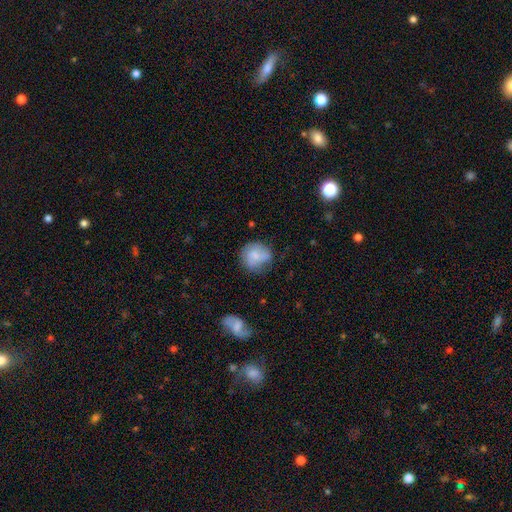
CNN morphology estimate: This appears to be a smooth galaxy with no disk features (73%) that is round (75%). Merging: none (54%).